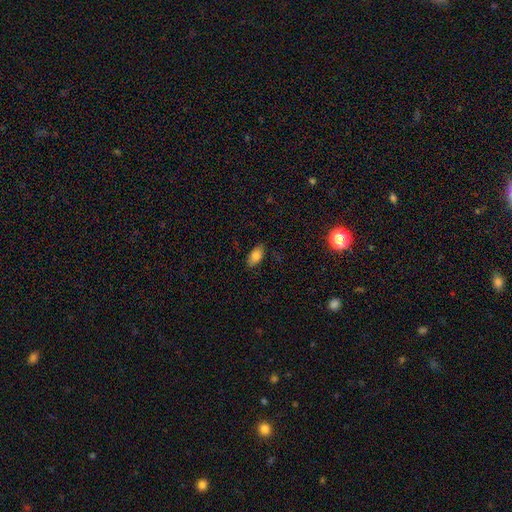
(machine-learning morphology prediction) Smooth or featured: smooth — 83% (star or artifact — 9%)
How rounded: in between — 91% (cigar-shaped — 5%)
Merging: none — 84% (minor disturbance — 13%)